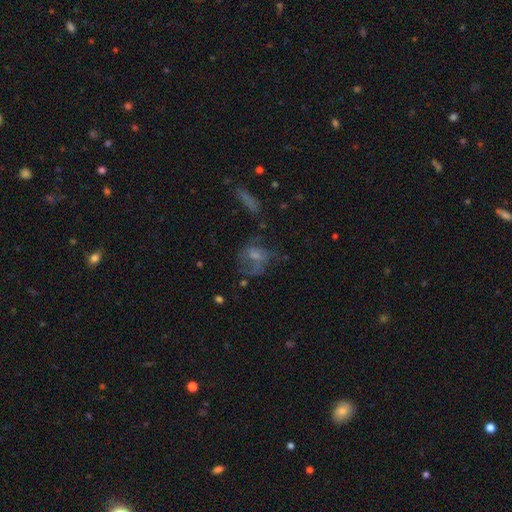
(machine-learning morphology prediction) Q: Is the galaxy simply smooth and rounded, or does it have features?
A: featured or disk — 45%.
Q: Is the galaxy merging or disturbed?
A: major disturbance — 39%.